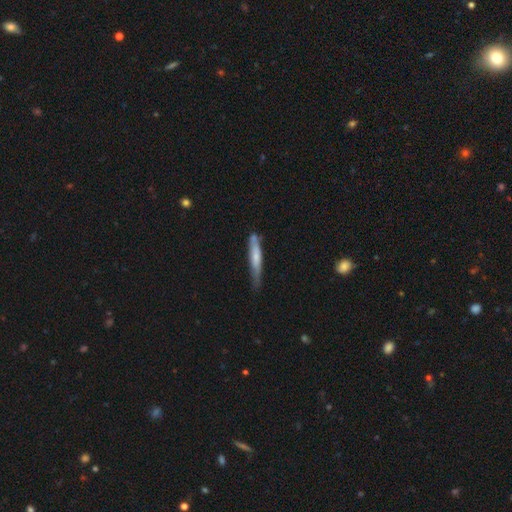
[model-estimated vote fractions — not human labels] Smooth or featured: smooth — 56% (featured or disk — 38%)
How rounded: cigar-shaped — 92% (in between — 7%)
Merging: none — 61% (minor disturbance — 26%)